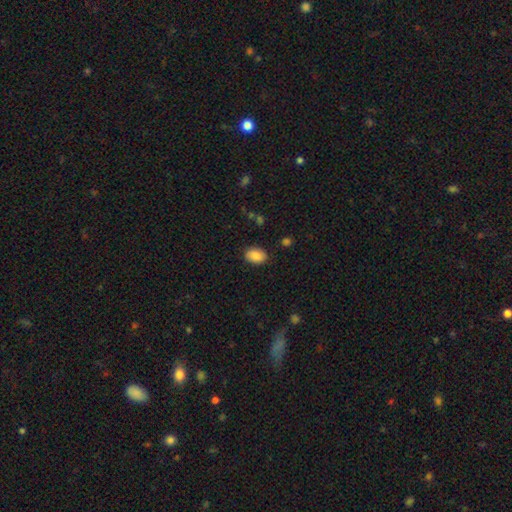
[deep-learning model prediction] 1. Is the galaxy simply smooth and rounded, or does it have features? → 88% smooth, 8% star or artifact, 5% featured or disk.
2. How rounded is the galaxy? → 79% in between, 20% round, 1% cigar-shaped.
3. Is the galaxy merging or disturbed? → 86% none, 10% minor disturbance, 3% major disturbance, 1% merger.